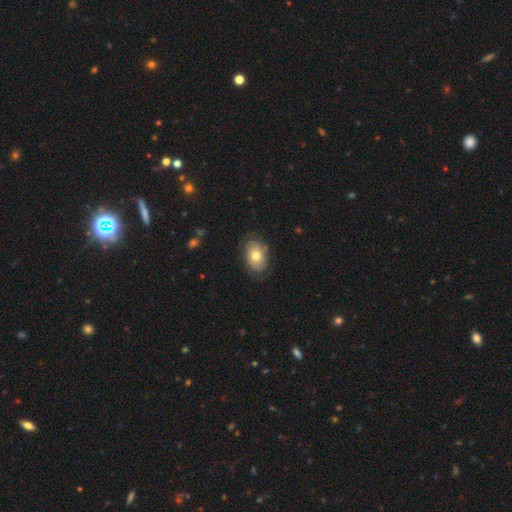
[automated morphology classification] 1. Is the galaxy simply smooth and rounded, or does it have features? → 63% smooth, 30% featured or disk, 7% star or artifact.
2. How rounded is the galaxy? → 83% in between, 16% round, 1% cigar-shaped.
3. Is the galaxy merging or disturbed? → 74% none, 19% minor disturbance, 6% major disturbance, 1% merger.